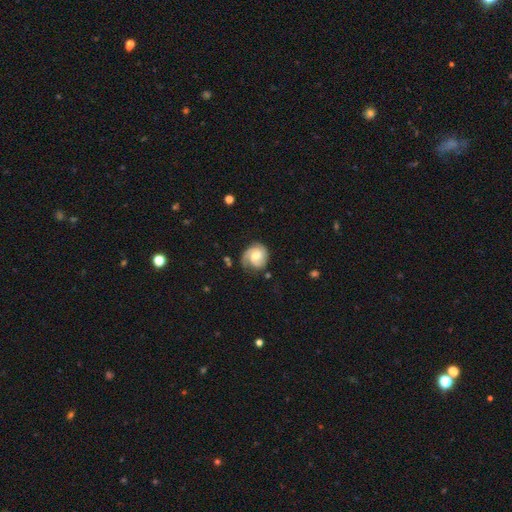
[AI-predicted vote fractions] A featured or disk galaxy (75%) with no bar (46%), 2 (56%) tight (50%) spiral arms (94%) and a moderate central bulge (66%).

Vote fractions:
- Smooth or featured? featured or disk: 75% / smooth: 20% / star or artifact: 6%
- Edge-on disk? no: 98% / yes: 2%
- Bar? no: 46% / weak: 44% / strong: 10%
- Spiral arms? yes: 94% / no: 6%
- Spiral winding? tight: 50% / medium: 36% / loose: 13%
- Spiral arm count? 2: 56% / 1: 27% / can't tell: 9% / 3: 5% / 4: 1% / more than 4: 1%
- Bulge size? moderate: 66% / small: 19% / large: 12% / none: 2% / dominant: 1%
- Merging? none: 64% / minor disturbance: 23% / major disturbance: 11% / merger: 2%